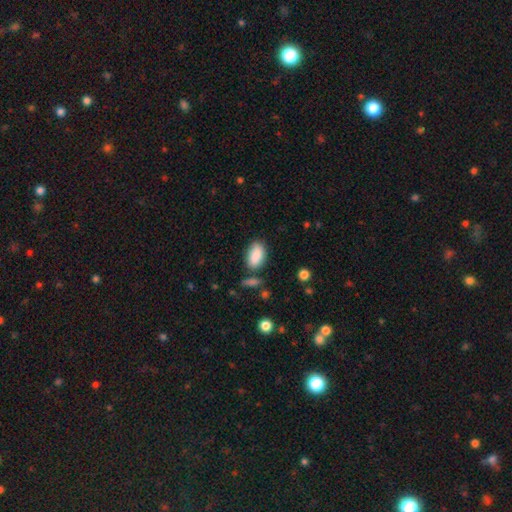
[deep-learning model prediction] This appears to be a smooth galaxy with no disk features (89%) that is in between round and cigar-shaped (93%). Merging: none (74%).